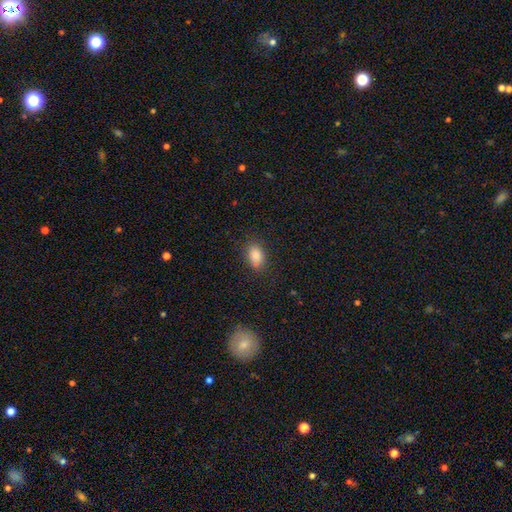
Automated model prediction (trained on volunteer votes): Smooth or featured?
  - smooth: 86% *
  - star or artifact: 9%
  - featured or disk: 5%
How rounded?
  - in between: 86% *
  - round: 12%
  - cigar-shaped: 2%
Merging?
  - none: 79% *
  - minor disturbance: 15%
  - major disturbance: 4%
  - merger: 2%